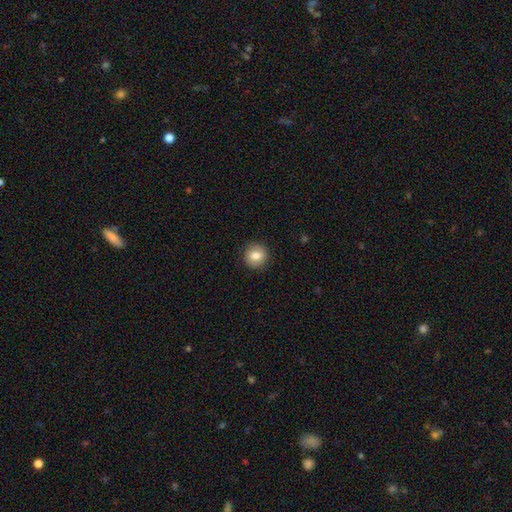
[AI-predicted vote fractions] Overall: smooth (80%). How rounded: round (90%). Merging: none (90%).